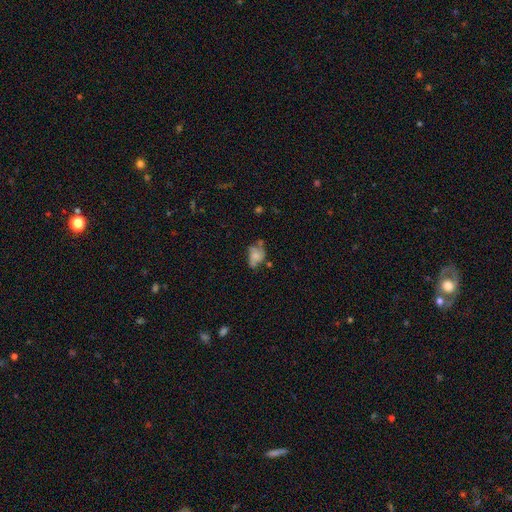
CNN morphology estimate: Smooth or featured? Predicted: featured or disk (p=0.45, tied with smooth). Merging? Predicted: none (p=0.39).